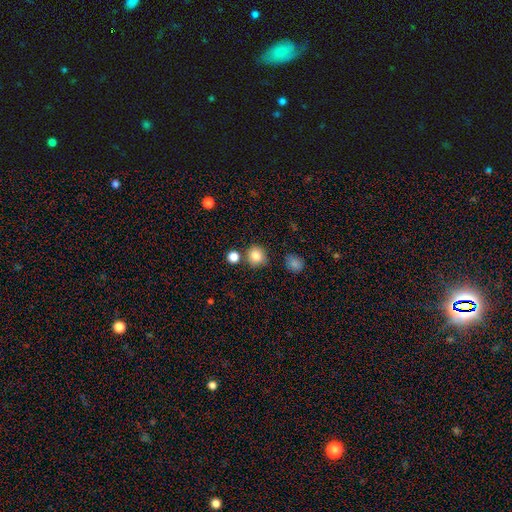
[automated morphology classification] Q: Smooth or featured?
A: smooth (84%); runner-up: star or artifact (11%)
Q: How rounded?
A: round (87%); runner-up: in between (12%)
Q: Merging?
A: none (76%); runner-up: minor disturbance (11%)